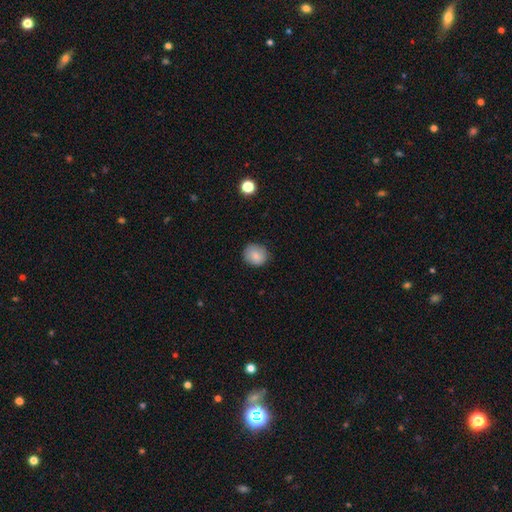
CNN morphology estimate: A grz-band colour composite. It shows a smooth galaxy with no disk features (84%) that is round (80%). Merging: none (85%).